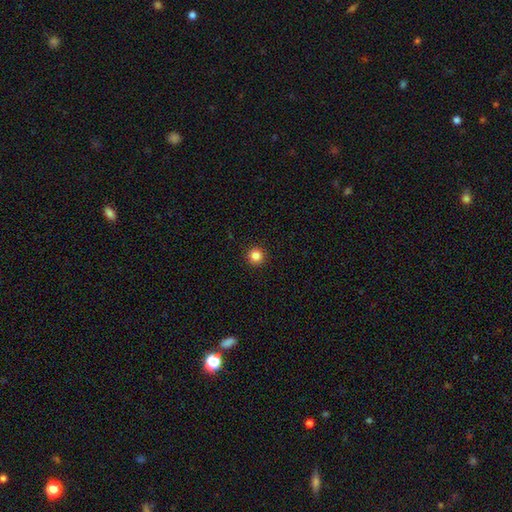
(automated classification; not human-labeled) The model was most divided on "smooth or featured": smooth: 85%, star or artifact: 11%, featured or disk: 4%. More confident: how rounded — round (96%); merging — none (93%).